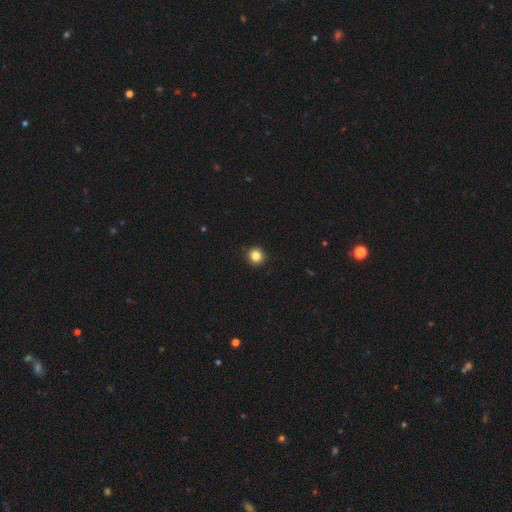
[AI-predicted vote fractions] Morphology: type=smooth (84%); roundness=round (95%); merging=none (93%).